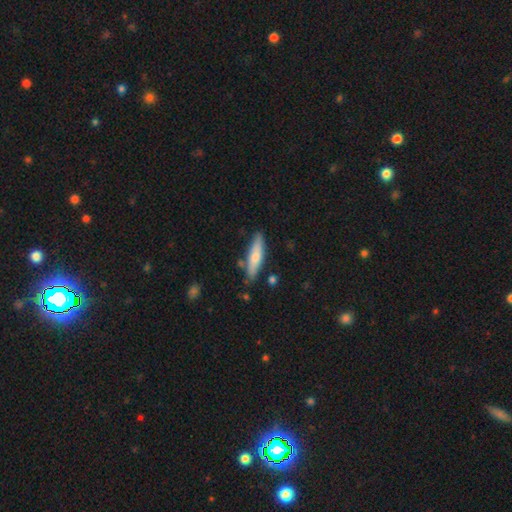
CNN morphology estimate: A smooth galaxy with no disk features (63%) that is cigar-shaped (75%).

Vote fractions:
- Smooth or featured? smooth: 63% / featured or disk: 31% / star or artifact: 6%
- How rounded? cigar-shaped: 75% / in between: 23% / round: 2%
- Merging? none: 81% / minor disturbance: 13% / merger: 4% / major disturbance: 2%